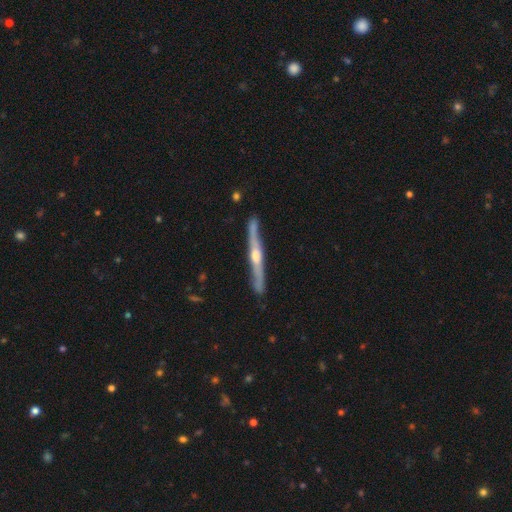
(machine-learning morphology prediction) Overall: featured or disk (80%). Edge-on disk: yes (96%). Edge-on bulge: rounded (85%). Merging: none (85%).